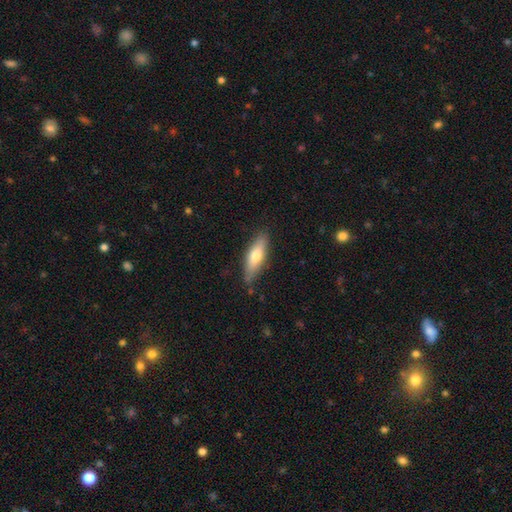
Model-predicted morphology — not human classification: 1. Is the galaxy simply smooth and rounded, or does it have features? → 65% smooth, 29% featured or disk, 6% star or artifact.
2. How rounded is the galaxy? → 49% in between (tied), 49% cigar-shaped (tied), 2% round.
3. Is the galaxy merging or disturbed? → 79% none, 16% minor disturbance, 3% major disturbance, 2% merger.